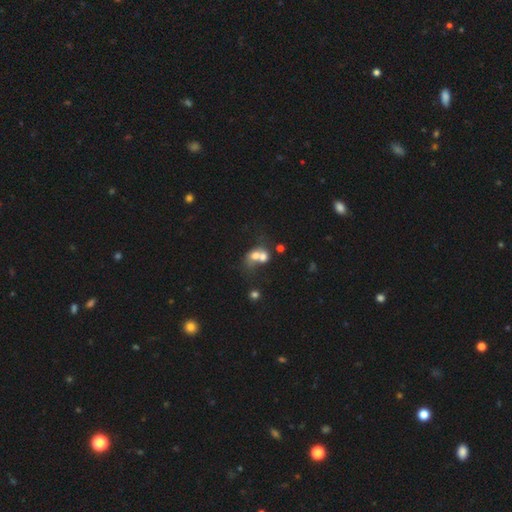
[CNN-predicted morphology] Q: Smooth or featured?
A: smooth (60%); runner-up: featured or disk (28%)
Q: How rounded?
A: round (55%); runner-up: in between (43%)
Q: Merging?
A: merger (69%); runner-up: none (18%)